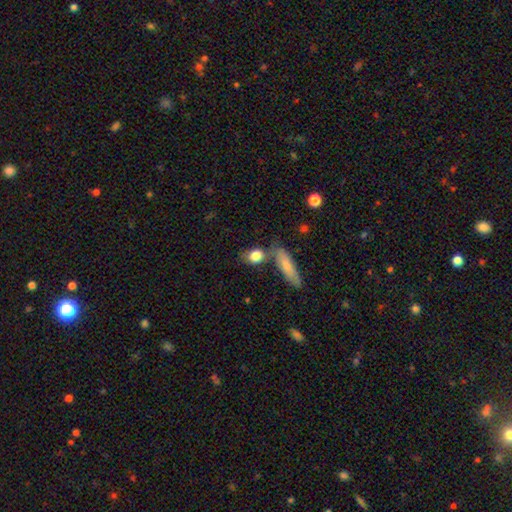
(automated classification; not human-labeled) This is clearly a smooth galaxy (81%). How rounded: likely in between (61%). Merging: possibly none (59%).